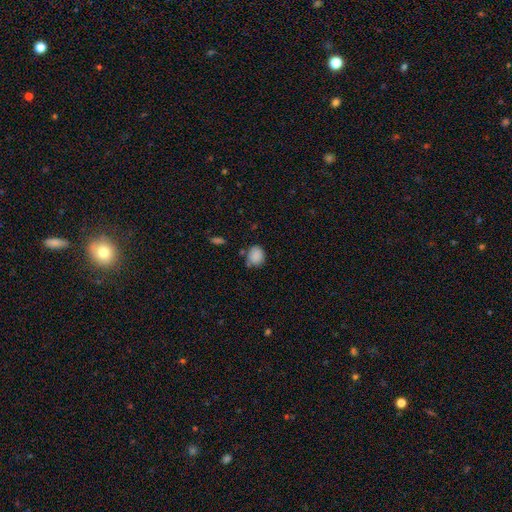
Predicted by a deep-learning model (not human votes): Smooth or featured? smooth (87%)
How rounded? round (68%)
Merging? none (69%)